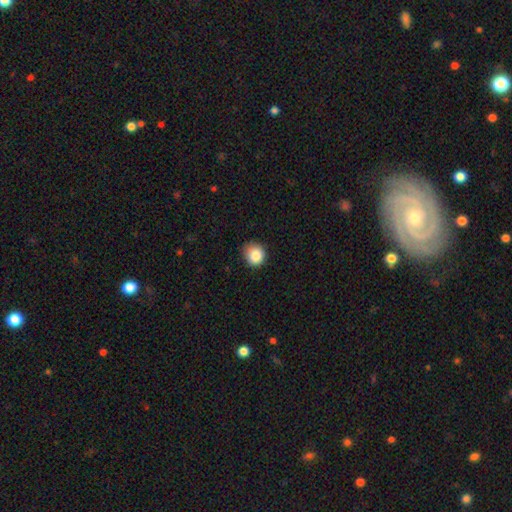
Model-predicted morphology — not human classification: A smooth galaxy with no disk features (85%) that is round (85%). Merging: none (74%).